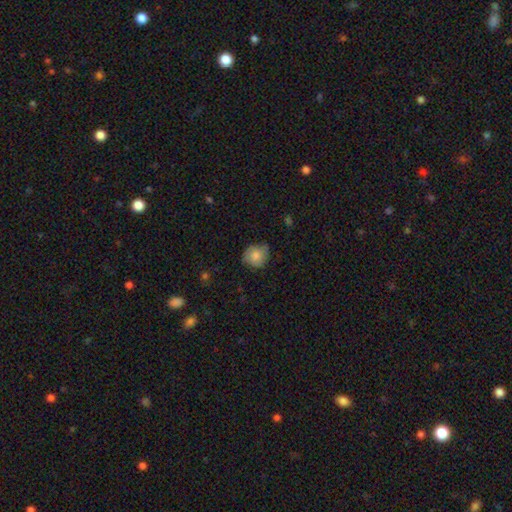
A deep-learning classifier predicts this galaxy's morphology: Overall: smooth (78%). How rounded: round (83%). Merging: none (67%; minor disturbance 27%).